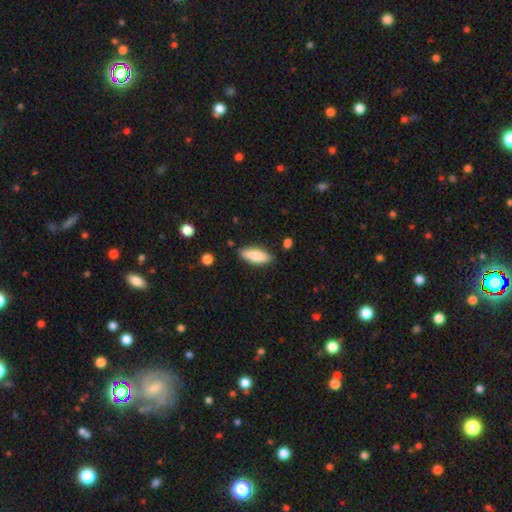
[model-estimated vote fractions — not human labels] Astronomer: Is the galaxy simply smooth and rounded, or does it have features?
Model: smooth — 80%.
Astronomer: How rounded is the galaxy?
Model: in between — 63%.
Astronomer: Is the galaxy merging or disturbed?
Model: none — 84%.